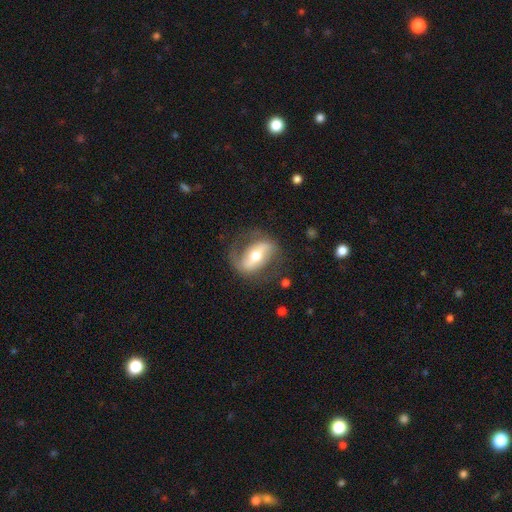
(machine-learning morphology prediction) Smooth or featured?
  - featured or disk: 73% *
  - smooth: 22%
  - star or artifact: 6%
Edge-on disk?
  - no: 90% *
  - yes: 10%
Bar?
  - strong: 59% *
  - weak: 24%
  - no: 17%
Spiral arms?
  - yes: 76% *
  - no: 24%
Bulge size?
  - moderate: 68% *
  - small: 18%
  - large: 11%
  - dominant: 1%
  - none: 1%
Merging?
  - none: 70% *
  - minor disturbance: 17%
  - major disturbance: 12%
  - merger: 2%